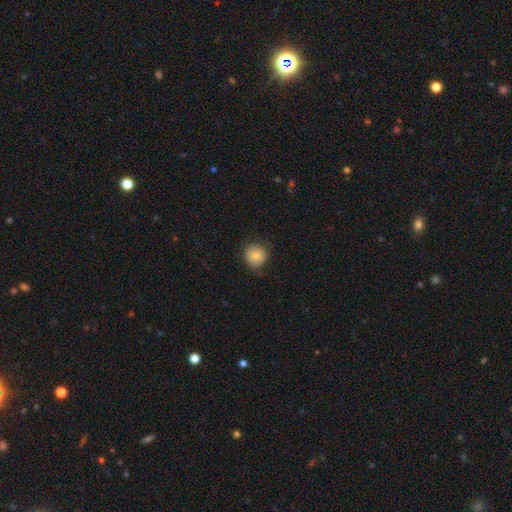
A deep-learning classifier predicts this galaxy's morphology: Overall: smooth (82%). How rounded: round (90%). Merging: none (79%).